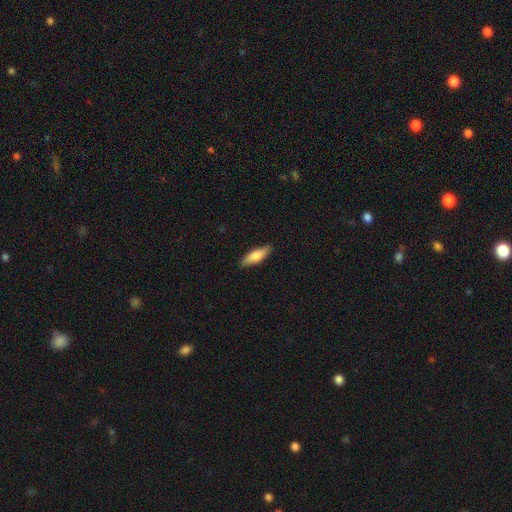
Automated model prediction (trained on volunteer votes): Smooth or featured?
  - smooth: 78% *
  - featured or disk: 16%
  - star or artifact: 6%
How rounded?
  - in between: 55% *
  - cigar-shaped: 43%
  - round: 2%
Merging?
  - none: 88% *
  - minor disturbance: 10%
  - major disturbance: 2%
  - merger: 1%